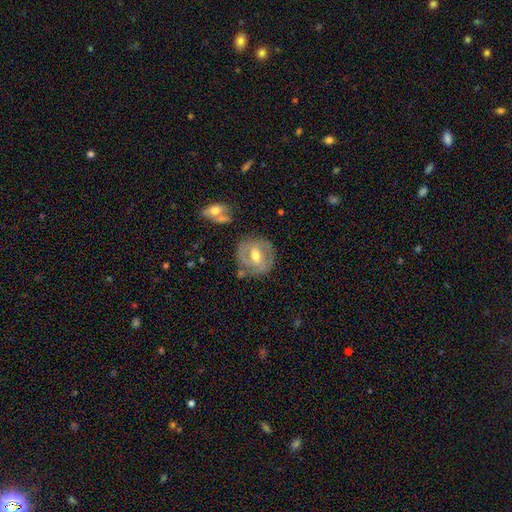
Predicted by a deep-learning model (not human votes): Smooth or featured? Predicted: featured or disk (p=0.69). Edge-on disk? Predicted: no (p=0.96). Bar? Predicted: weak (p=0.48). Spiral arms? Predicted: yes (p=0.69). Bulge size? Predicted: moderate (p=0.74). Merging? Predicted: none (p=0.72).